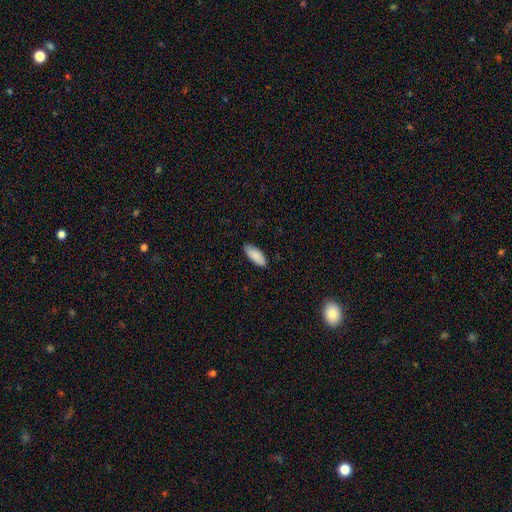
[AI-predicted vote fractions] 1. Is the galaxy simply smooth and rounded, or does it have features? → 89% smooth, 6% star or artifact, 6% featured or disk.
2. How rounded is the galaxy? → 81% in between, 18% cigar-shaped, 2% round.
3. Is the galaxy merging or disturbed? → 87% none, 10% minor disturbance, 2% major disturbance, 1% merger.